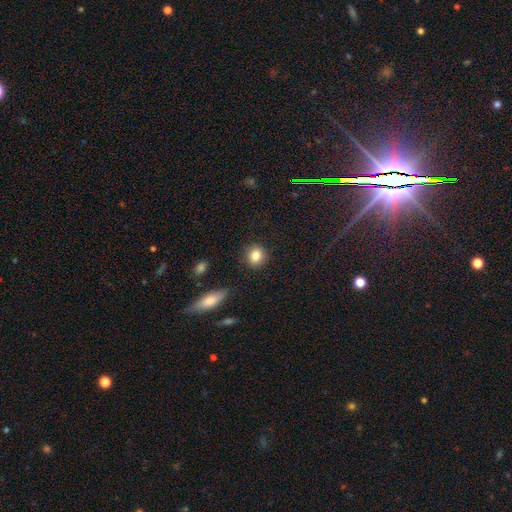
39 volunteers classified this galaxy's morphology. This is likely a smooth galaxy (74%). How rounded: likely round (76%). Merging: clearly none (86%).